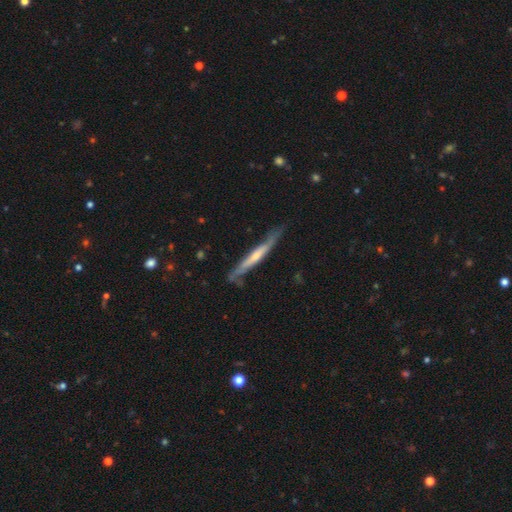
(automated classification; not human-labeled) A featured or disk galaxy (64%) viewed edge-on (90%) with no central bulge (46%).

Vote fractions:
- Smooth or featured? featured or disk: 64% / smooth: 30% / star or artifact: 5%
- Edge-on disk? yes: 90% / no: 10%
- Edge-on bulge? none: 46% / rounded: 43% / boxy: 11%
- Merging? none: 69% / minor disturbance: 23% / major disturbance: 5% / merger: 3%